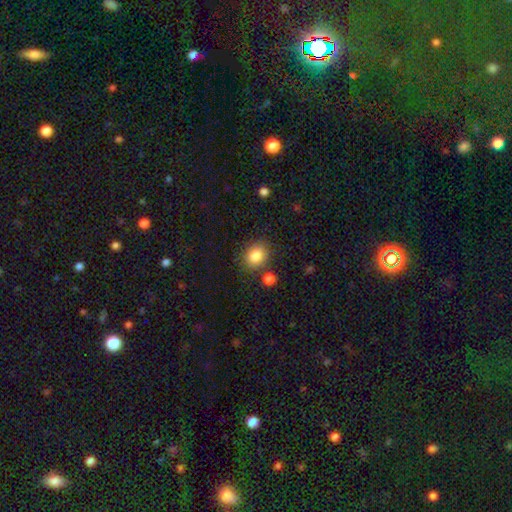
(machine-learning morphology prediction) smooth-or-featured: smooth: 84% | star or artifact: 10% | featured or disk: 7%
  how-rounded: round: 58% | in between: 41% | cigar-shaped: 1%
  merging: none: 79% | minor disturbance: 12% | merger: 6% | major disturbance: 3%